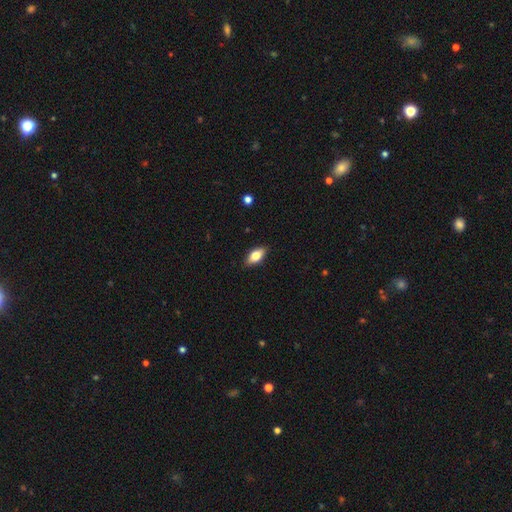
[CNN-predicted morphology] smooth_or_featured: smooth (p=0.72) [alt: featured or disk p=0.21]
how_rounded: in between (p=0.87) [alt: cigar-shaped p=0.09]
merging: none (p=0.88) [alt: minor disturbance p=0.09]